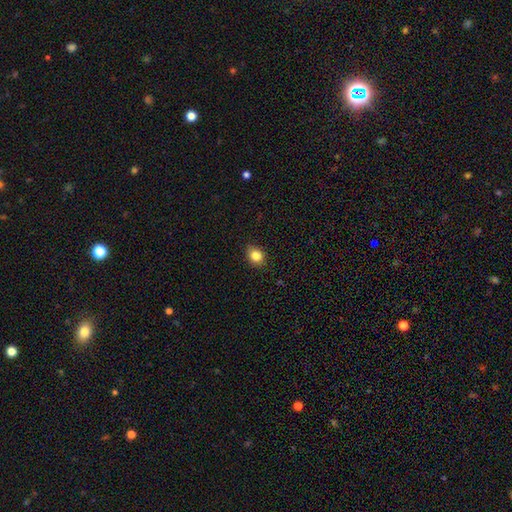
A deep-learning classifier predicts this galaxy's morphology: The model was most divided on "how rounded": round: 53%, in between: 46%, cigar-shaped: 1%. More confident: merging — none (87%); smooth or featured — smooth (83%).